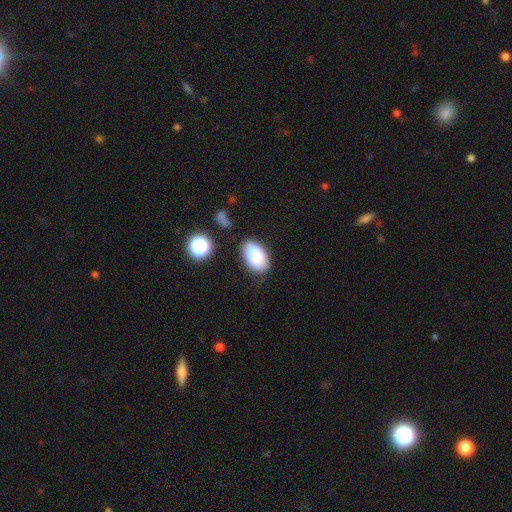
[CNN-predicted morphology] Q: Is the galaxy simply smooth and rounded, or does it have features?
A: smooth — 81%.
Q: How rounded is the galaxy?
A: in between — 91%.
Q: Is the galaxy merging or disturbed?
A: none — 66%.